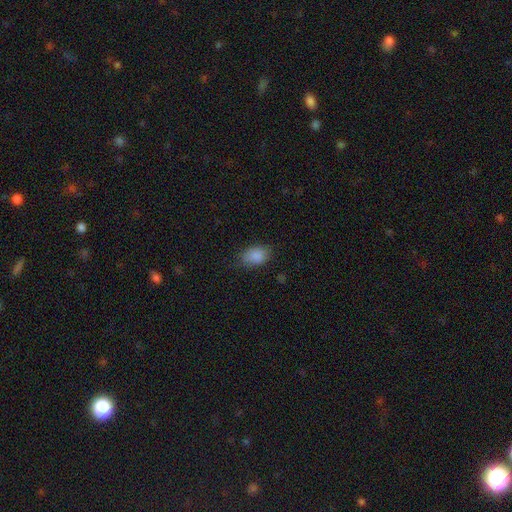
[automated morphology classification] Smooth or featured: smooth — 87% (star or artifact — 8%)
How rounded: in between — 83% (round — 16%)
Merging: none — 71% (minor disturbance — 22%)